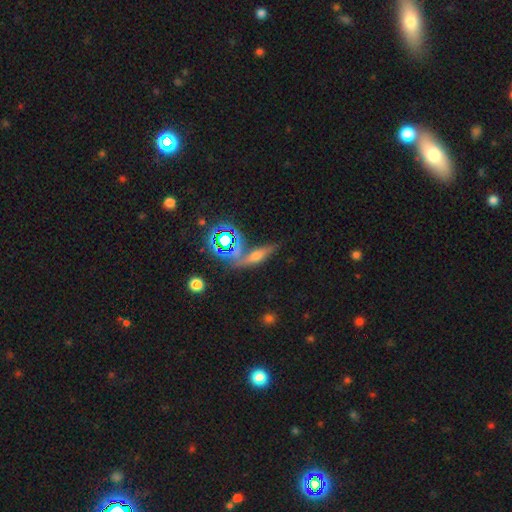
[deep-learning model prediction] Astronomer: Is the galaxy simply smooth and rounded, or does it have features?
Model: smooth — 41% (runner-up: featured or disk, 32%).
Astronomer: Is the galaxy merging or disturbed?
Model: none — 61%.